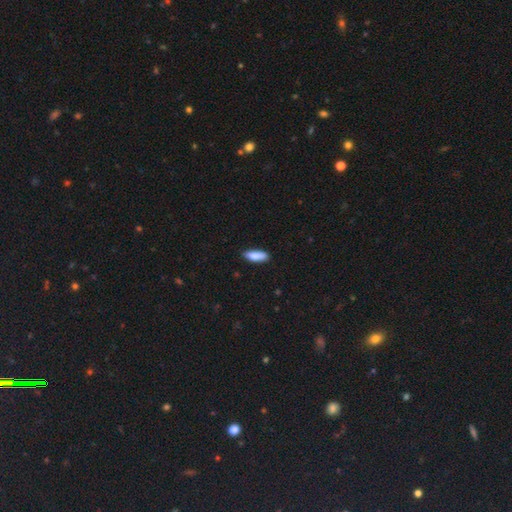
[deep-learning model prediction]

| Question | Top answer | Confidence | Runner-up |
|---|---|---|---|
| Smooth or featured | smooth | 87% | featured or disk (8%) |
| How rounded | in between | 60% | cigar-shaped (39%) |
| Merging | none | 82% | minor disturbance (14%) |